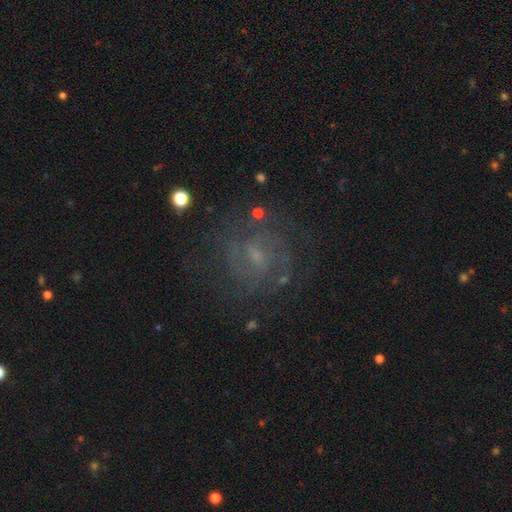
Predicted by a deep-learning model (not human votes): Smooth or featured?
  - featured or disk: 72% *
  - smooth: 14%
  - star or artifact: 14%
Edge-on disk?
  - no: 97% *
  - yes: 3%
Bar?
  - weak: 53% *
  - no: 37%
  - strong: 10%
Spiral arms?
  - yes: 88% *
  - no: 12%
Spiral winding?
  - tight: 45% *
  - medium: 41%
  - loose: 14%
Spiral arm count?
  - can't tell: 39% *
  - 2: 35%
  - 3: 12%
  - 4: 6%
  - 1: 4%
  - more than 4: 4%
Bulge size?
  - small: 57% *
  - moderate: 25%
  - none: 15%
  - large: 2%
  - dominant: 1%
Merging?
  - none: 73% *
  - minor disturbance: 15%
  - major disturbance: 10%
  - merger: 2%